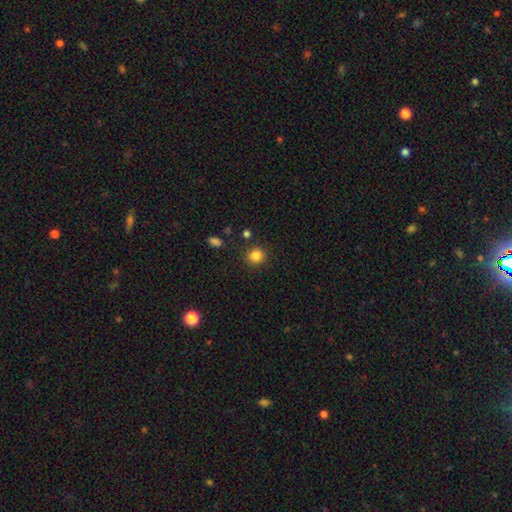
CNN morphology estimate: A smooth galaxy with no disk features (85%) that is round (85%). Merging: none (85%).